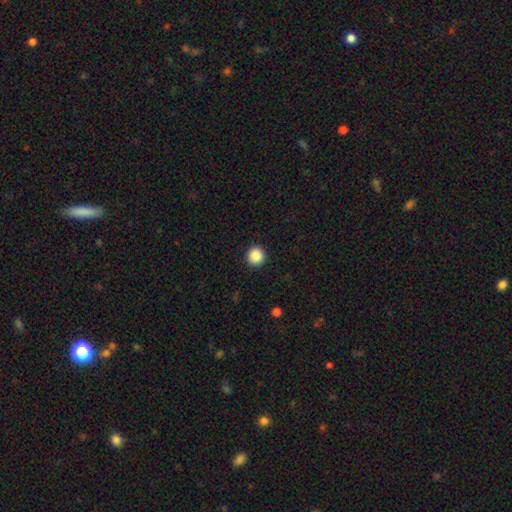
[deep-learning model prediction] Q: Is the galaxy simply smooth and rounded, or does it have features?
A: smooth — 89%.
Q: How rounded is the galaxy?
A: round — 93%.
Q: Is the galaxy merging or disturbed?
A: none — 93%.